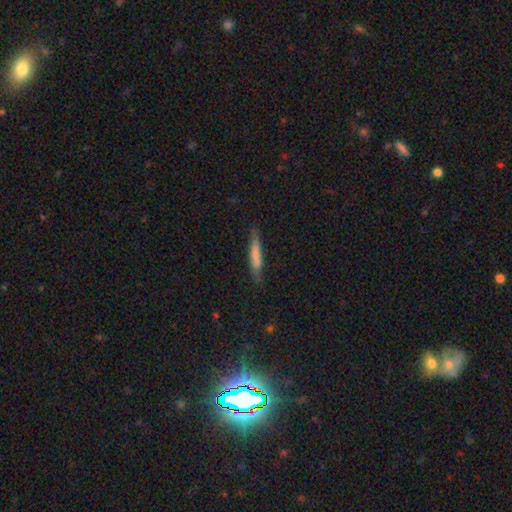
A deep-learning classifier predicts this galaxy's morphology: Overall: smooth (68%). How rounded: cigar-shaped (93%). Merging: none (80%).